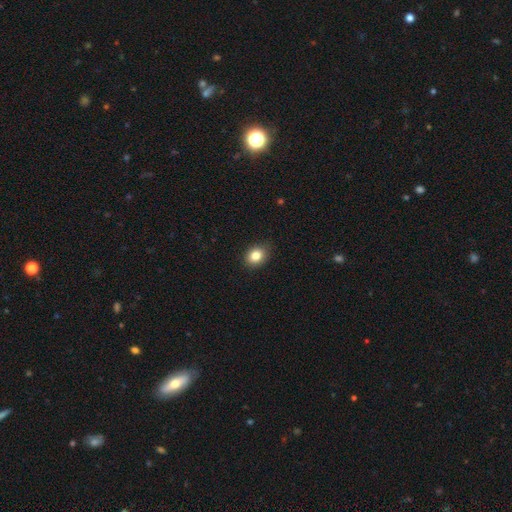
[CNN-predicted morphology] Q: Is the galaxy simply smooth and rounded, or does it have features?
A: smooth — 84%.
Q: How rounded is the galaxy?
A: in between — 54%.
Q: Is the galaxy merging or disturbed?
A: none — 86%.